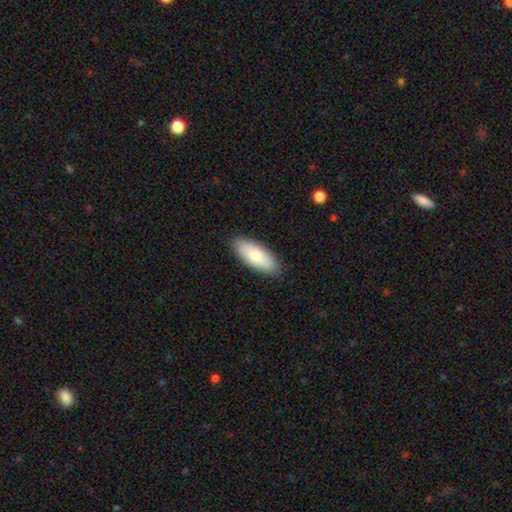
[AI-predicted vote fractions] Smooth or featured: smooth — 78% (featured or disk — 16%)
How rounded: in between — 82% (cigar-shaped — 16%)
Merging: none — 88% (minor disturbance — 10%)